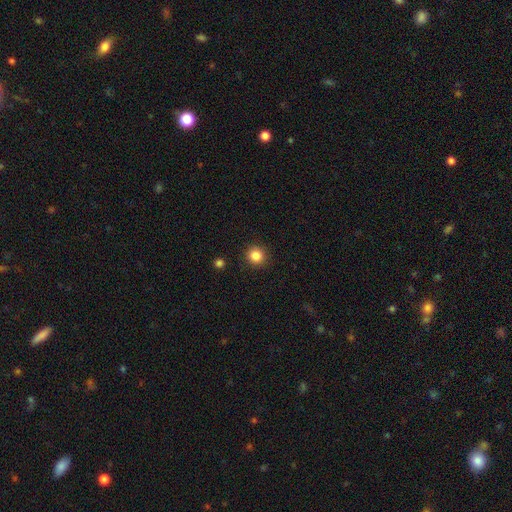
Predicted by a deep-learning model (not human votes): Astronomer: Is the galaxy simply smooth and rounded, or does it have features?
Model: smooth — 85%.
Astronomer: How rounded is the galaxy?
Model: round — 93%.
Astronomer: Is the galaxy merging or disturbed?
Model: none — 91%.